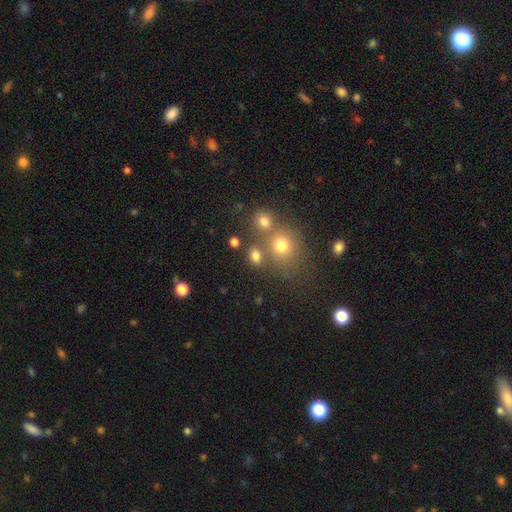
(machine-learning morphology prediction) A smooth galaxy with no disk features (76%) that is round (55%). Merging: none (61%).